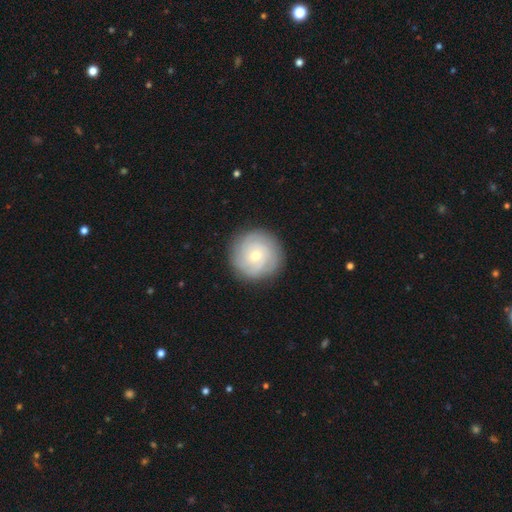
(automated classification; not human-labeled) Overall: featured or disk (64%; smooth 29%). Edge-on disk: no (98%). Bar: no (74%). Spiral arms: yes (86%). Spiral arm count: can't tell (42%; 3 18%). Spiral winding: tight (78%). Bulge size: small (51%; moderate 45%). Merging: none (88%).